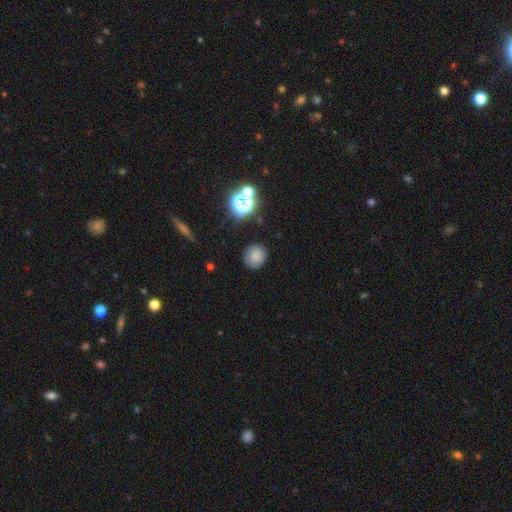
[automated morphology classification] smooth 78%, star or artifact 15%, featured or disk 7%. Down the decision tree: how rounded — round (85%); merging — none (85%).